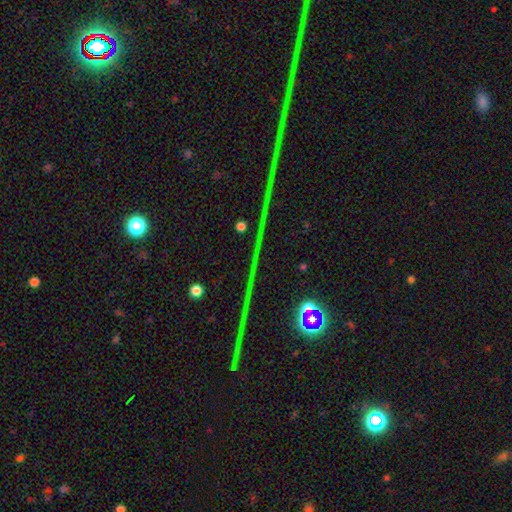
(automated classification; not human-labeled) Q: Smooth or featured?
A: star or artifact (80%); runner-up: featured or disk (11%)